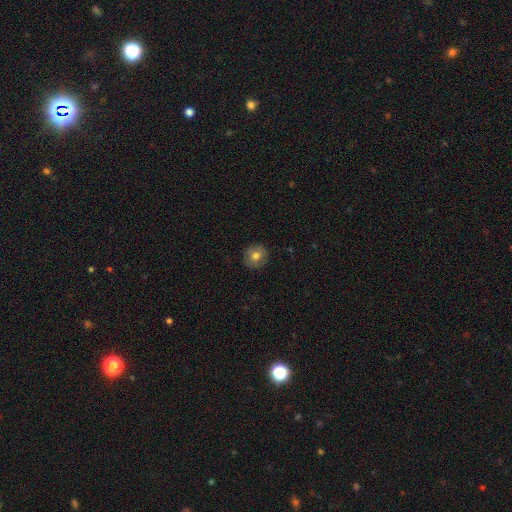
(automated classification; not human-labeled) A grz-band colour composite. It shows a smooth galaxy with no disk features (75%) that is round (92%). Merging: none (89%).